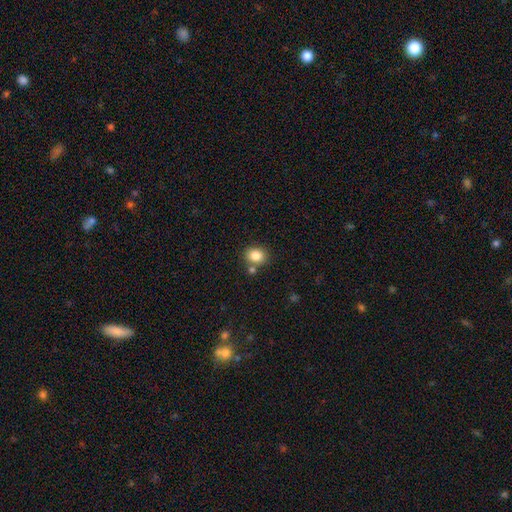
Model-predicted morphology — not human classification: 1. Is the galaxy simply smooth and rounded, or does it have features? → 84% smooth, 10% star or artifact, 6% featured or disk.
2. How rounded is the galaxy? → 58% round, 41% in between, 1% cigar-shaped.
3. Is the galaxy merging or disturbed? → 73% none, 15% merger, 10% minor disturbance, 3% major disturbance.